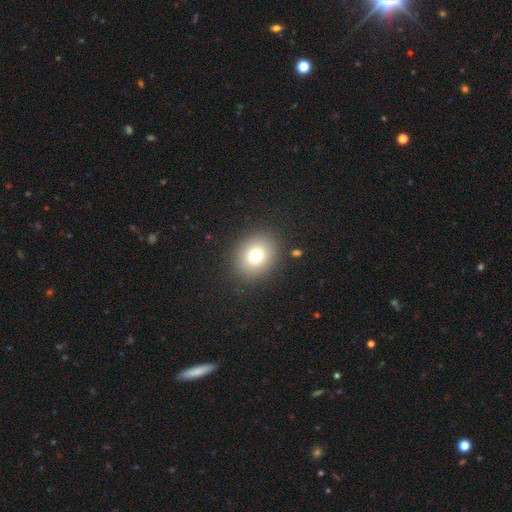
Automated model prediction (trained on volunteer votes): Morphology: type=smooth (76%); roundness=round (62%); merging=none (88%).